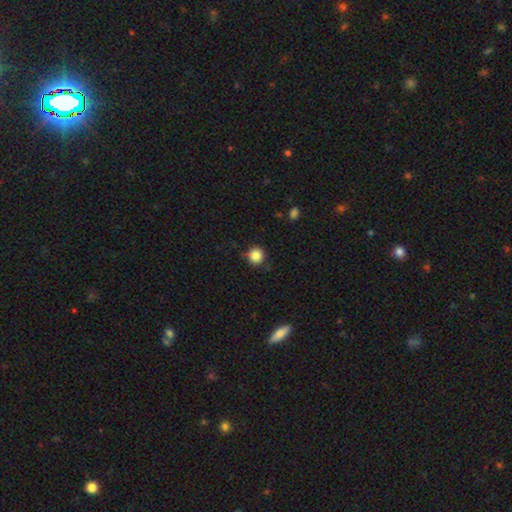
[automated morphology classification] Smooth or featured?
  - smooth: 85% *
  - star or artifact: 11%
  - featured or disk: 4%
How rounded?
  - round: 94% *
  - in between: 5%
  - cigar-shaped: 1%
Merging?
  - none: 86% *
  - minor disturbance: 10%
  - major disturbance: 2%
  - merger: 2%